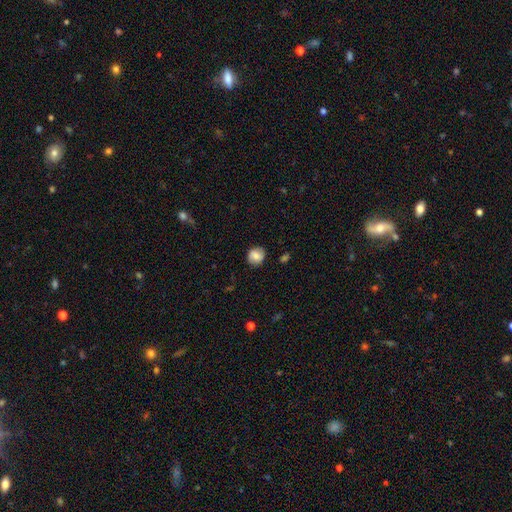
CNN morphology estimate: This appears to be a smooth galaxy with no disk features (78%) that is round (84%). Merging: none (84%).